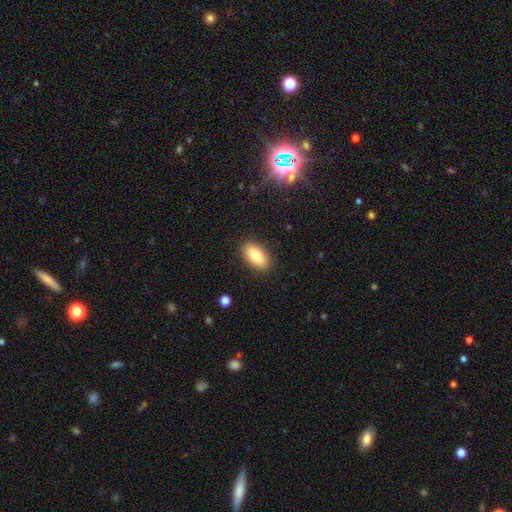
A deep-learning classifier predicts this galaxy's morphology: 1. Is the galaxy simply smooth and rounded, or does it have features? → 82% smooth, 12% featured or disk, 7% star or artifact.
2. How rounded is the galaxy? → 91% in between, 6% cigar-shaped, 3% round.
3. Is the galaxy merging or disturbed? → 88% none, 9% minor disturbance, 2% major disturbance, 1% merger.